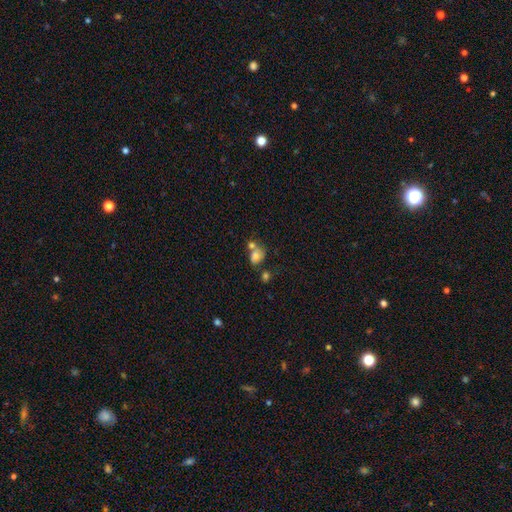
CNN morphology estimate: This appears to be a smooth galaxy with no disk features (71%) that is in between round and cigar-shaped (58%). Merging: merger (43%).